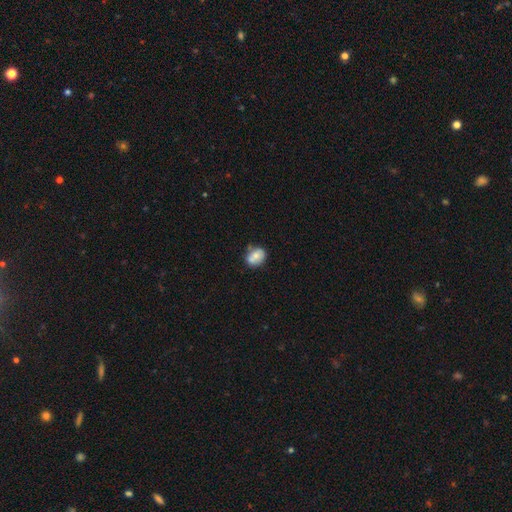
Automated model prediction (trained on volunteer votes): A smooth galaxy with no disk features (67%) that is in between round and cigar-shaped (60%).

Vote fractions:
- Smooth or featured? smooth: 67% / featured or disk: 25% / star or artifact: 8%
- How rounded? in between: 60% / round: 39% / cigar-shaped: 1%
- Merging? none: 54% / minor disturbance: 21% / merger: 20% / major disturbance: 5%